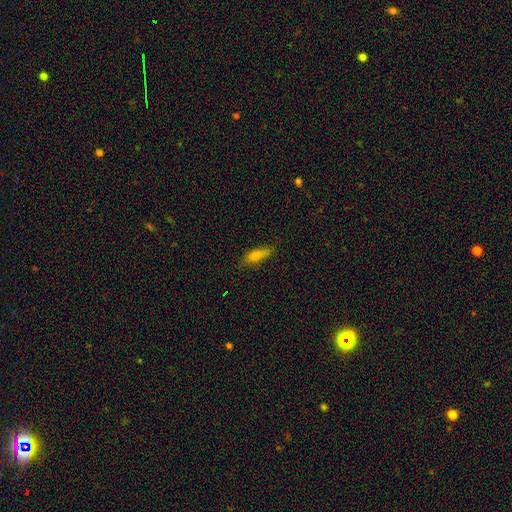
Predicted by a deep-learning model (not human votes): A smooth galaxy with no disk features (73%) that is in between round and cigar-shaped (58%). Merging: none (76%).